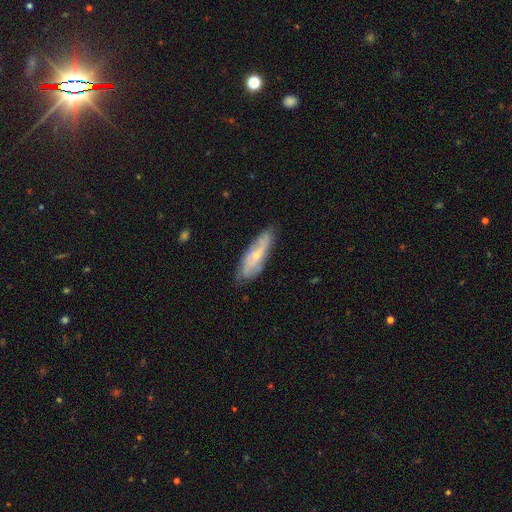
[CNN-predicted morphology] type=featured or disk (60%); edge-on=no (74%); merging=none (75%).